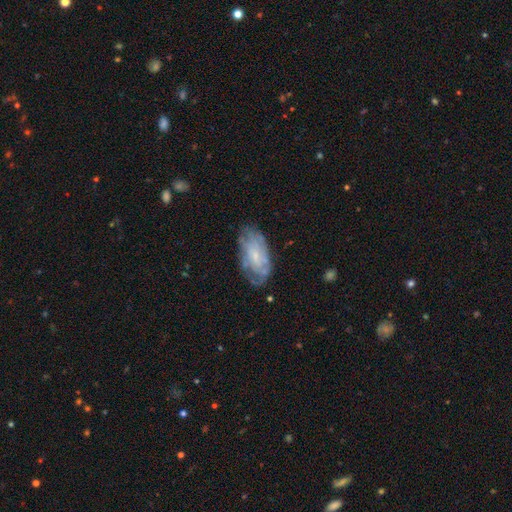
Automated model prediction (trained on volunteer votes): Smooth or featured? Predicted: featured or disk (p=0.62). Edge-on disk? Predicted: no (p=0.93). Bar? Predicted: no (p=0.68). Spiral arms? Predicted: yes (p=0.70). Bulge size? Predicted: small (p=0.70). Merging? Predicted: none (p=0.64).